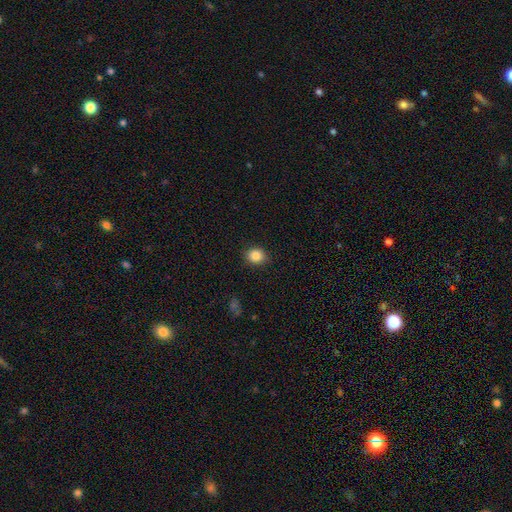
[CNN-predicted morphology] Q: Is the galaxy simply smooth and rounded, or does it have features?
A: smooth — 86%.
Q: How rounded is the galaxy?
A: round — 74%.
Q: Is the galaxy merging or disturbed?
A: none — 89%.